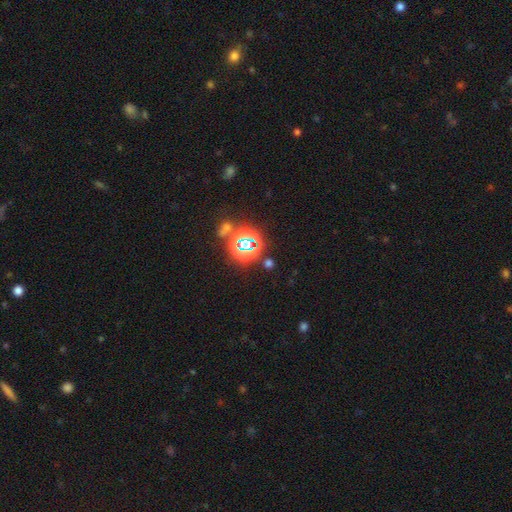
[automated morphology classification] smooth_or_featured: star or artifact (p=0.74) [alt: smooth p=0.16]